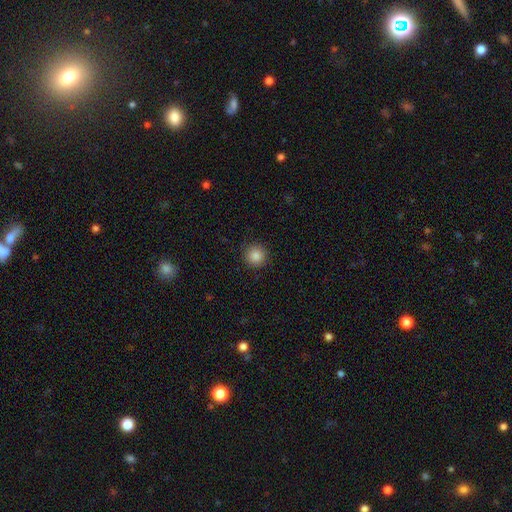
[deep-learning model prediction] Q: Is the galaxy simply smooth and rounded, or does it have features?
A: smooth — 86%.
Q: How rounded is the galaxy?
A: round — 95%.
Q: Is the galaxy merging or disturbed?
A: none — 91%.